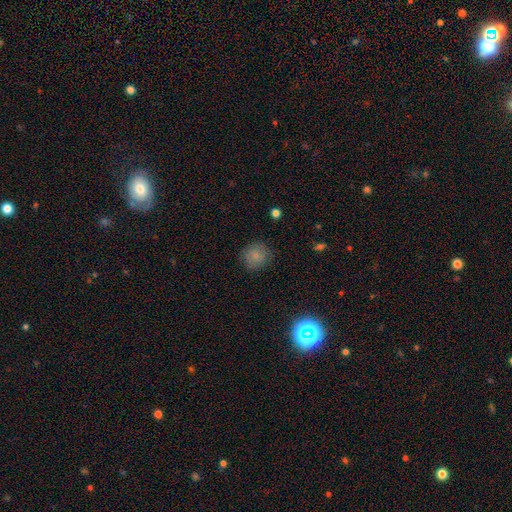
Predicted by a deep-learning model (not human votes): smooth 78%, featured or disk 11%, star or artifact 11%. Down the decision tree: how rounded — round (86%); merging — none (82%).